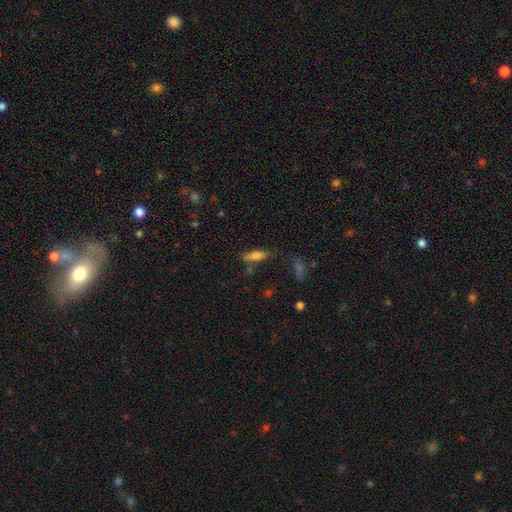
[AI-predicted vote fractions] Morphology: type=smooth (72%); roundness=cigar-shaped (50%); merging=none (66%).